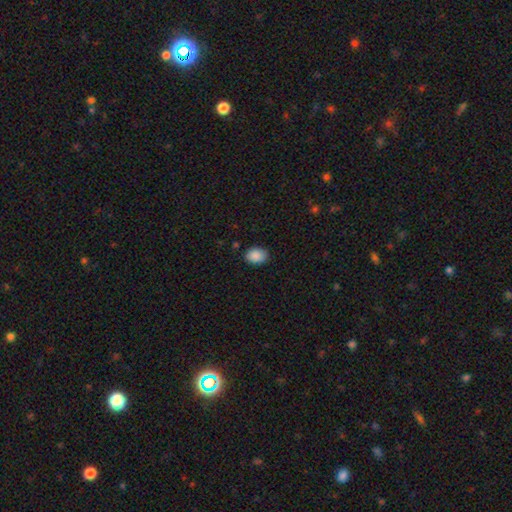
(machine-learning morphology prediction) smooth 89%, star or artifact 8%, featured or disk 4%. Down the decision tree: how rounded — in between (71%); merging — none (86%).